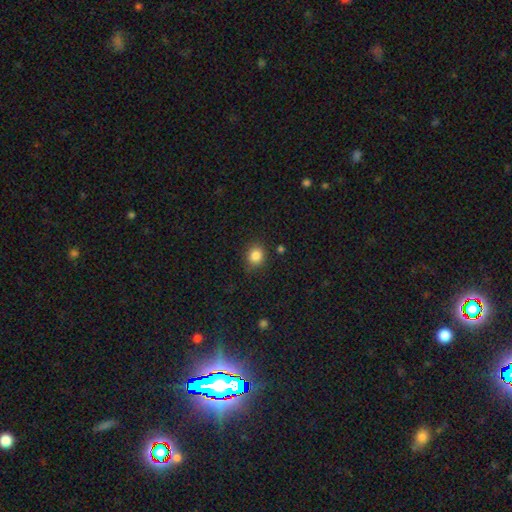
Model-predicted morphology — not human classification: Overall: smooth (85%). How rounded: round (75%). Merging: none (84%).